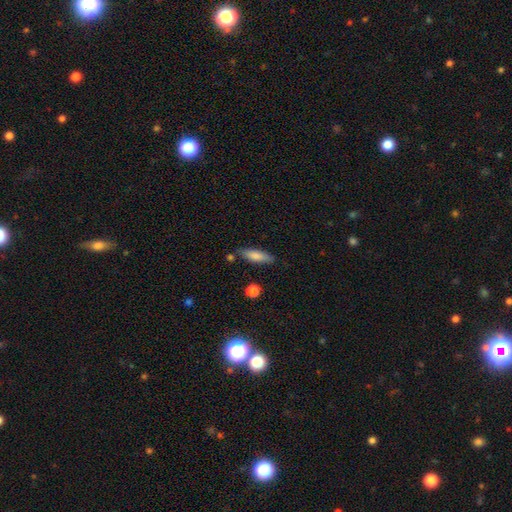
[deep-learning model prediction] smooth 80%, featured or disk 14%, star or artifact 6%. Down the decision tree: how rounded — cigar-shaped (56%); merging — none (77%).